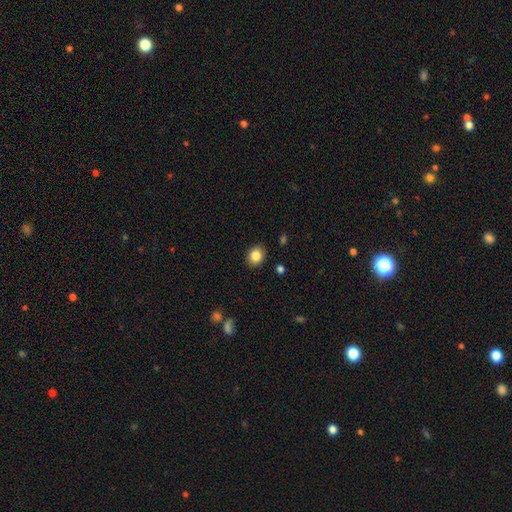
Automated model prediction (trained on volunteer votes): This is clearly a smooth galaxy (85%). How rounded: possibly round (56%). Merging: clearly none (89%).